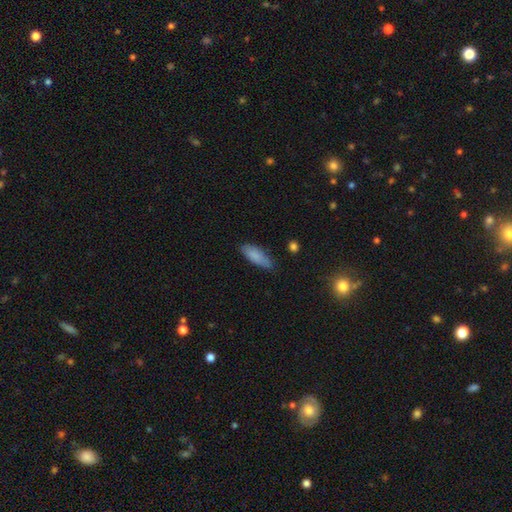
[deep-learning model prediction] smooth_or_featured: smooth (p=0.84) [alt: featured or disk p=0.09]
how_rounded: in between (p=0.65) [alt: cigar-shaped p=0.34]
merging: none (p=0.71) [alt: minor disturbance p=0.22]